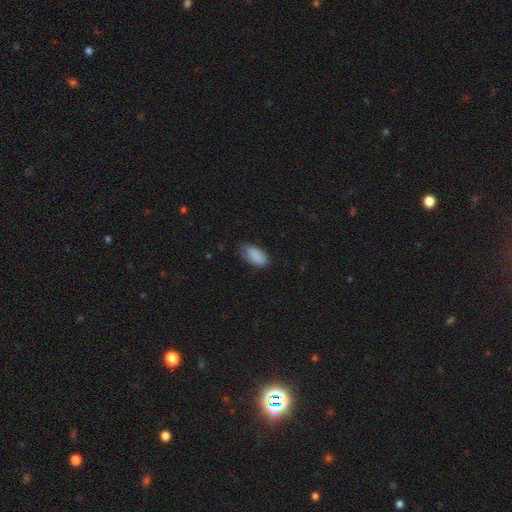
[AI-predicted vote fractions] Q: Smooth or featured?
A: smooth (87%); runner-up: star or artifact (7%)
Q: How rounded?
A: in between (92%); runner-up: cigar-shaped (5%)
Q: Merging?
A: none (62%); runner-up: minor disturbance (30%)